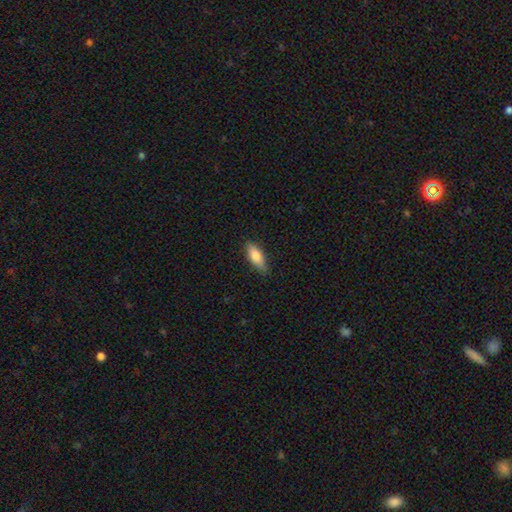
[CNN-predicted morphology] This is likely a smooth galaxy (77%). How rounded: likely in between (67%). Merging: clearly none (82%).